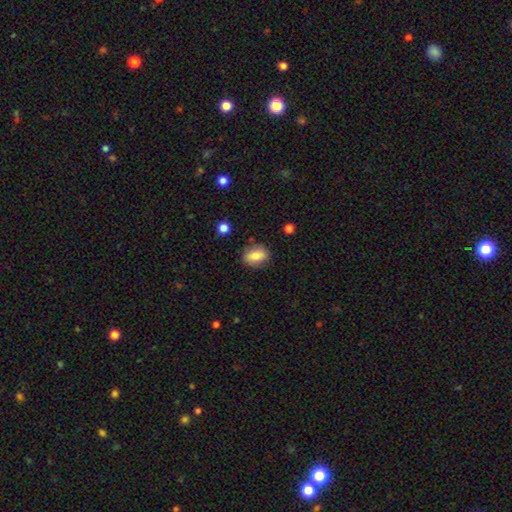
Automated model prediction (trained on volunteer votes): Overall: smooth (79%). How rounded: in between (71%). Merging: none (81%).